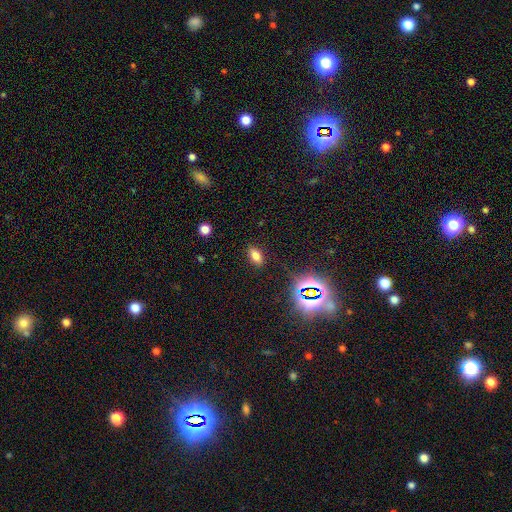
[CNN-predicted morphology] Smooth or featured? smooth (72%)
How rounded? in between (87%)
Merging? none (86%)